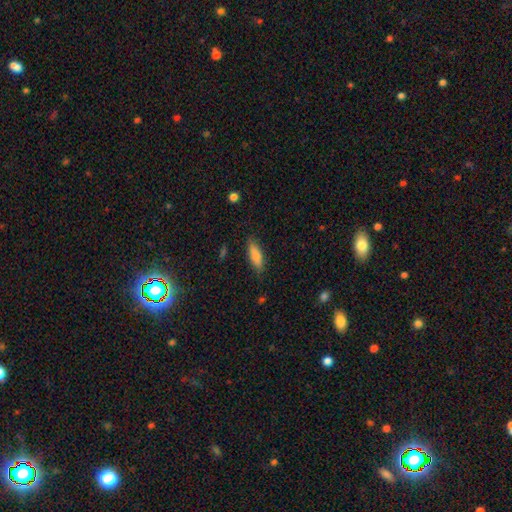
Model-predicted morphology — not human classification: This is likely a smooth galaxy (78%). How rounded: possibly in between (52%). Merging: clearly none (83%).